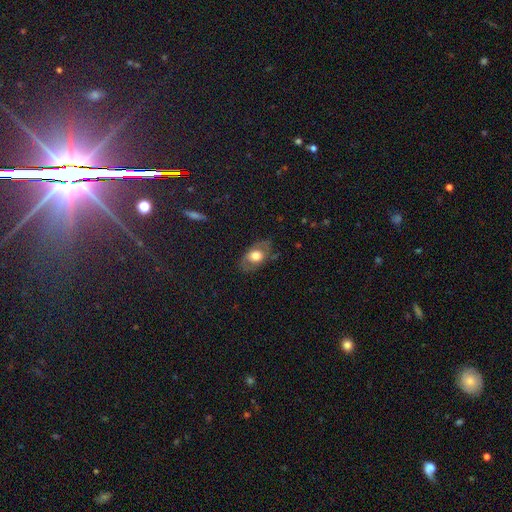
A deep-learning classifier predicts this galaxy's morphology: A smooth galaxy with no disk features (54%) that is in between round and cigar-shaped (81%). Merging: none (69%).